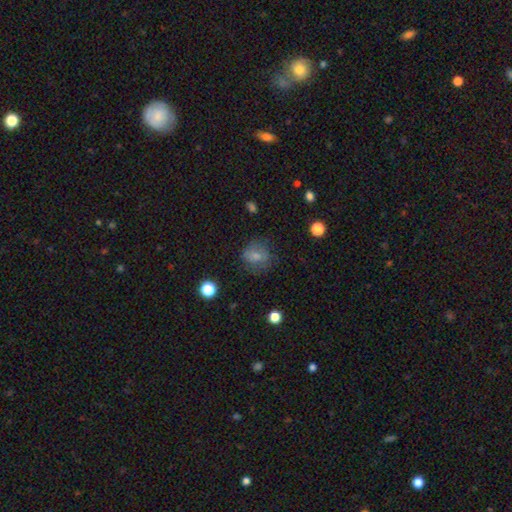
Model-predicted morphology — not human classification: A smooth galaxy with no disk features (71%) that is round (66%).

Vote fractions:
- Smooth or featured? smooth: 71% / featured or disk: 17% / star or artifact: 12%
- How rounded? round: 66% / in between: 32% / cigar-shaped: 1%
- Merging? none: 64% / minor disturbance: 22% / major disturbance: 13% / merger: 2%